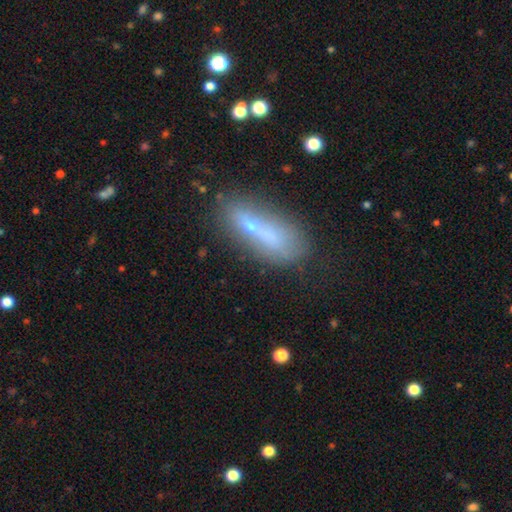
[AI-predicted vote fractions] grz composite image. It shows a smooth galaxy with no disk features (51%) that is in between round and cigar-shaped (48%). Merging: none (53%).